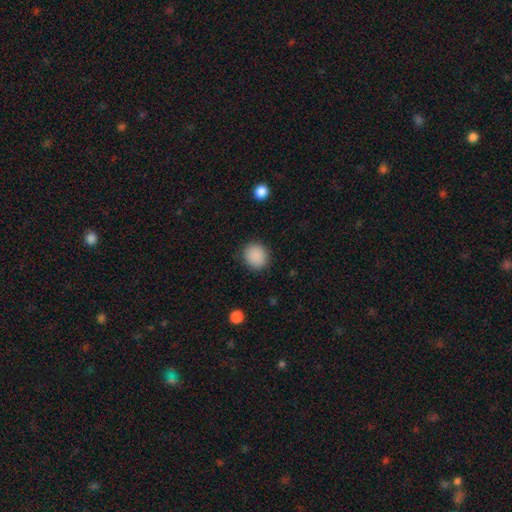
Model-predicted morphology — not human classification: Overall: smooth (89%). How rounded: round (83%). Merging: none (89%).